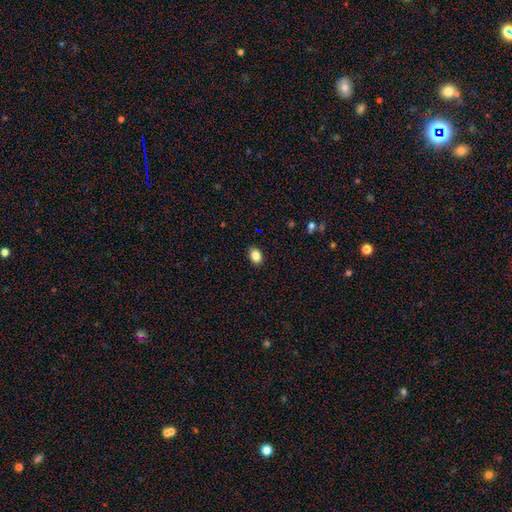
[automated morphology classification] Overall: smooth (86%). How rounded: in between (77%). Merging: none (89%).